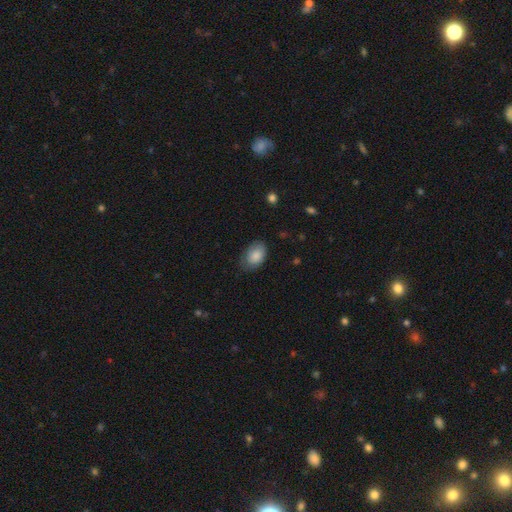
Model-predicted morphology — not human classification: This appears to be a smooth galaxy with no disk features (85%) that is in between round and cigar-shaped (88%). Merging: none (67%).